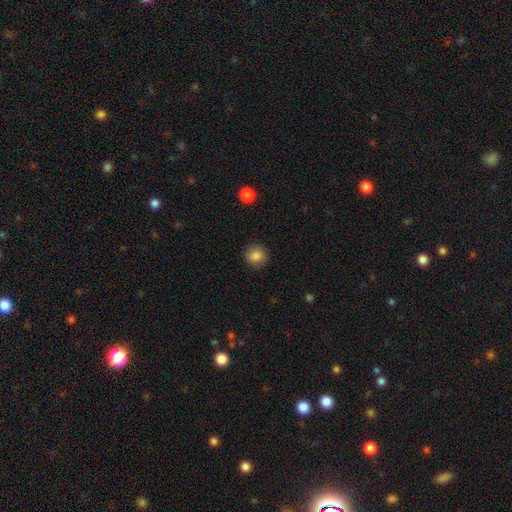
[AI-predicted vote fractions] smooth 86%, star or artifact 9%, featured or disk 5%. Down the decision tree: how rounded — round (92%); merging — none (89%).